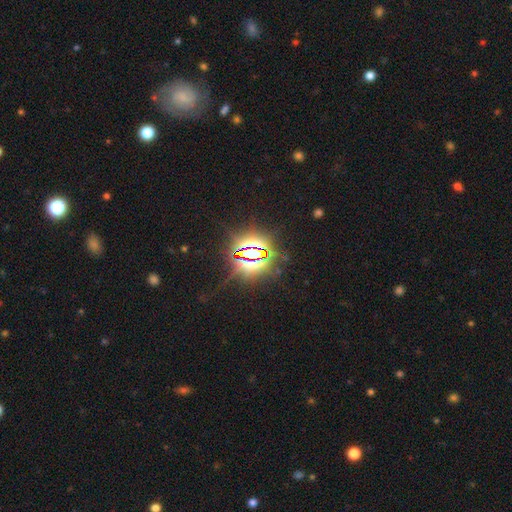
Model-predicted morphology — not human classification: Smooth or featured? Predicted: star or artifact (p=0.84).